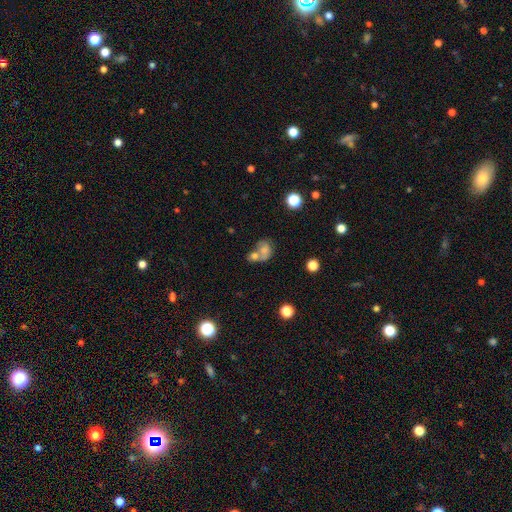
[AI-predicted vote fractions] Overall: smooth (60%; featured or disk 26%). How rounded: round (55%; in between 43%). Merging: merger (56%; none 27%).